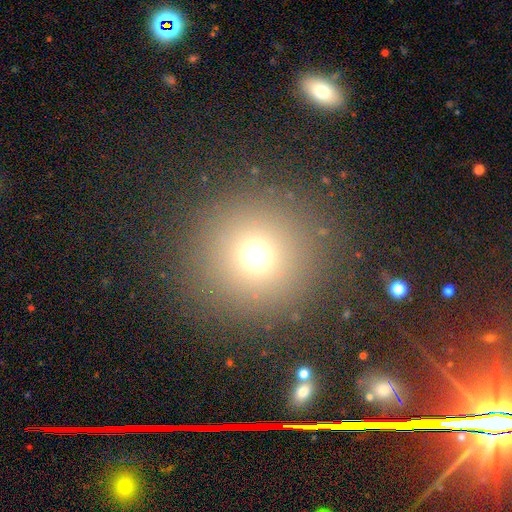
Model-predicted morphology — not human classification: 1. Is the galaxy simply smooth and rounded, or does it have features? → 70% smooth, 21% star or artifact, 9% featured or disk.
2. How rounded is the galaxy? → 95% round, 4% in between, 1% cigar-shaped.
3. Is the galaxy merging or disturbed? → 88% none, 6% minor disturbance, 4% major disturbance, 3% merger.